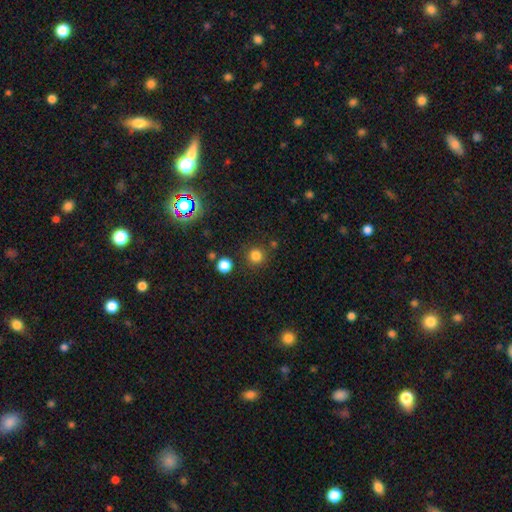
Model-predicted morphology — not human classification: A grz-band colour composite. It shows a smooth galaxy with no disk features (81%) that is round (94%). Merging: none (85%).